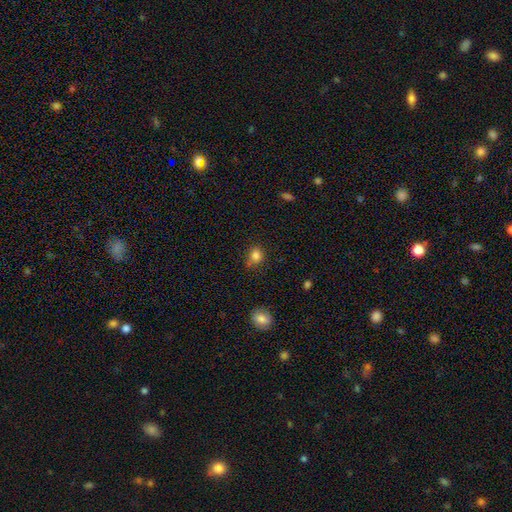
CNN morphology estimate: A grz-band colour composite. It shows a smooth galaxy with no disk features (83%) that is round (65%). Merging: none (67%).